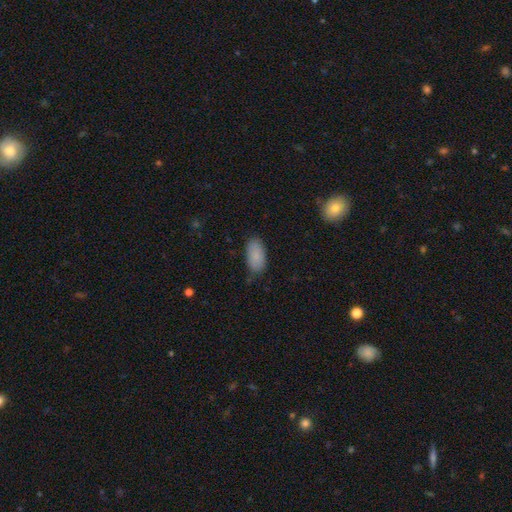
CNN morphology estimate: smooth_or_featured: smooth (p=0.87) [alt: star or artifact p=0.07]
how_rounded: in between (p=0.94) [alt: round p=0.03]
merging: none (p=0.78) [alt: minor disturbance p=0.17]